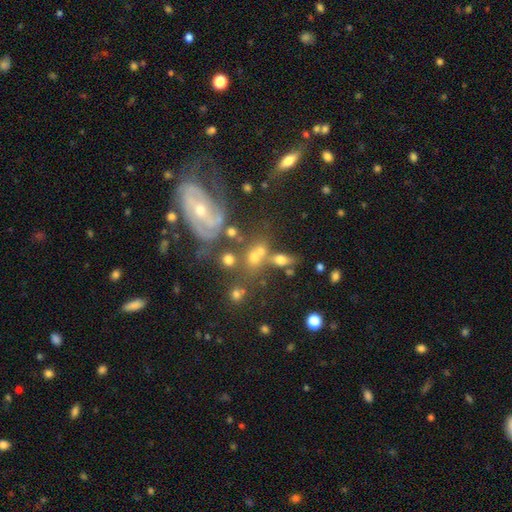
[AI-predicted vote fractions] smooth-or-featured: smooth: 60% | featured or disk: 24% | star or artifact: 16%
  how-rounded: in between: 50% | round: 44% | cigar-shaped: 5%
  merging: none: 44% | merger: 32% | minor disturbance: 14% | major disturbance: 10%